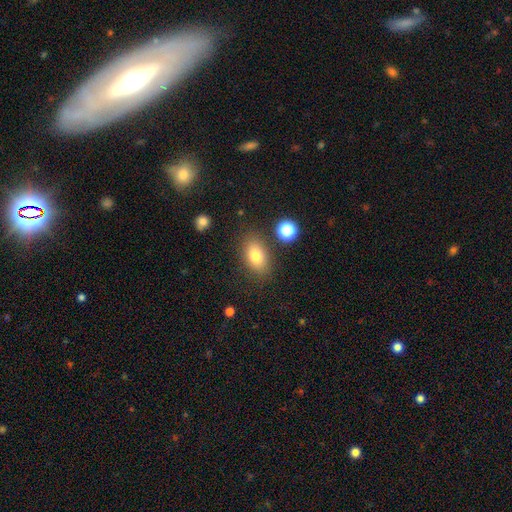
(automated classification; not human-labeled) A smooth galaxy with no disk features (80%) that is in between round and cigar-shaped (87%). Merging: none (81%).